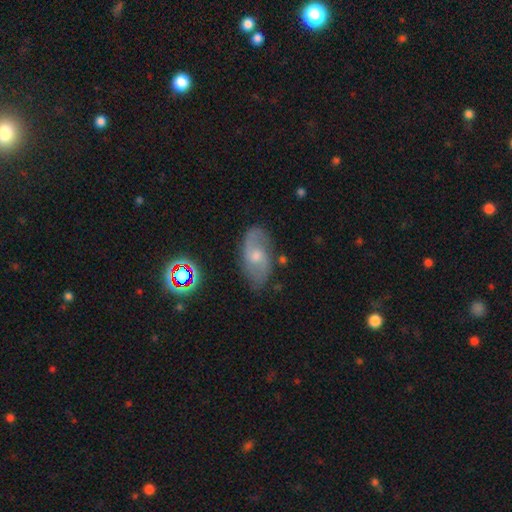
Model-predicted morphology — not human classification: A featured or disk galaxy (70%) with no bar (50%), 2 (80%) medium (44%) spiral arms (91%) and a moderate central bulge (51%).

Vote fractions:
- Smooth or featured? featured or disk: 70% / smooth: 19% / star or artifact: 11%
- Edge-on disk? no: 94% / yes: 6%
- Bar? no: 50% / weak: 43% / strong: 7%
- Spiral arms? yes: 91% / no: 9%
- Spiral winding? medium: 44% / loose: 37% / tight: 18%
- Spiral arm count? 2: 80% / can't tell: 12% / 1: 3% / 3: 2% / 4: 1% / more than 4: 1%
- Bulge size? moderate: 51% / small: 43% / none: 3% / large: 3% / dominant: 1%
- Merging? none: 72% / minor disturbance: 20% / major disturbance: 6% / merger: 3%